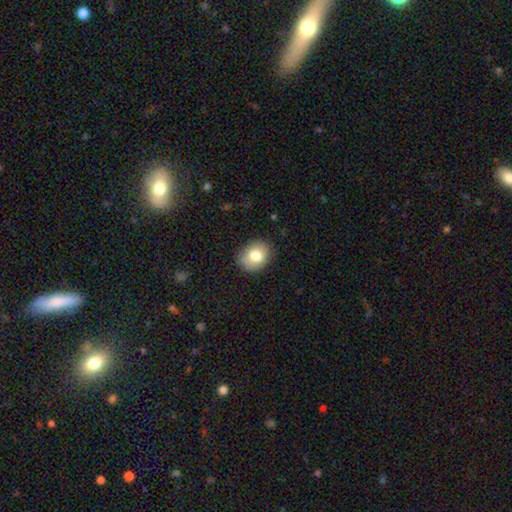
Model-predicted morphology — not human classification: Overall: smooth (79%). How rounded: in between (53%; round 46%). Merging: none (84%).